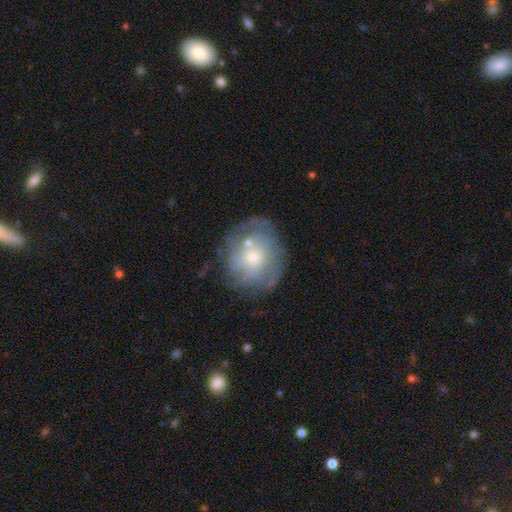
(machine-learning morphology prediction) This is possibly a featured or disk galaxy (50%). It is clearly not viewed edge-on (96%). Merging: likely none (67%).